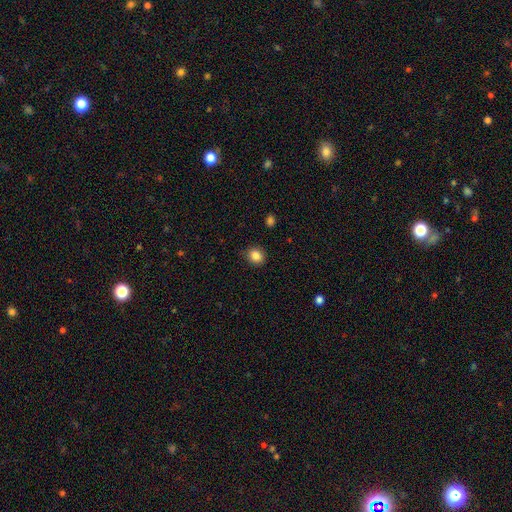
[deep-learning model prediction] smooth_or_featured: smooth (p=0.85) [alt: star or artifact p=0.10]
how_rounded: round (p=0.72) [alt: in between p=0.27]
merging: none (p=0.86) [alt: minor disturbance p=0.10]